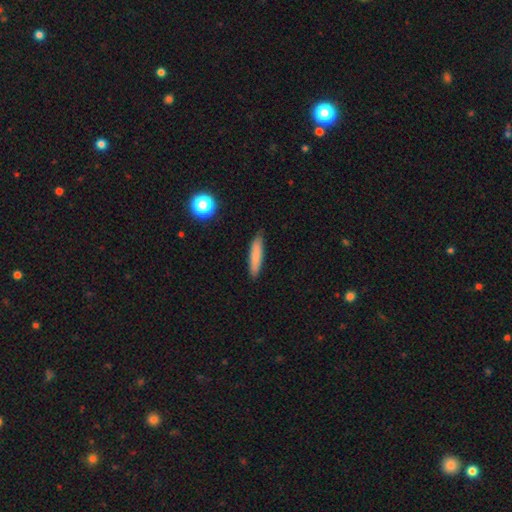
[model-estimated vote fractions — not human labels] Smooth or featured?
  - smooth: 81% *
  - featured or disk: 11%
  - star or artifact: 7%
How rounded?
  - cigar-shaped: 85% *
  - in between: 14%
  - round: 2%
Merging?
  - none: 87% *
  - minor disturbance: 9%
  - major disturbance: 2%
  - merger: 1%